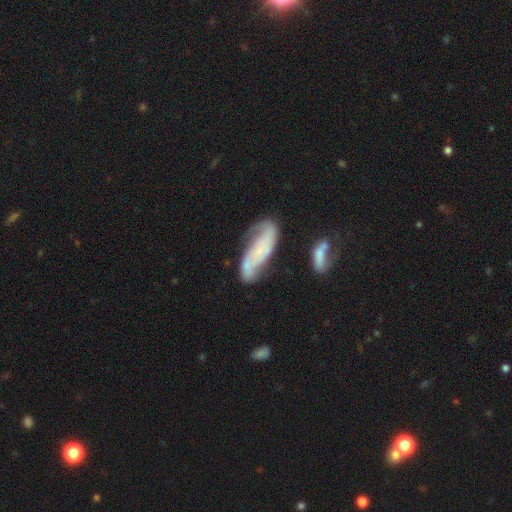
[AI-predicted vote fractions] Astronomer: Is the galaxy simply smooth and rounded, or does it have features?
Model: featured or disk — 71%.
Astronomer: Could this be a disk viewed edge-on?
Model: no — 90%.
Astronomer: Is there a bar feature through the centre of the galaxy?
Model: no — 51% (runner-up: weak, 34%).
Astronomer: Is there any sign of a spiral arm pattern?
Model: yes — 94%.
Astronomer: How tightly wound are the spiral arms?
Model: medium — 44% (runner-up: tight, 29%).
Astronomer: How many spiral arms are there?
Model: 2 — 84%.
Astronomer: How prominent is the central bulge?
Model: small — 41% (runner-up: none, 38%).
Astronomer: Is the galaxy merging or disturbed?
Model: none — 68%.